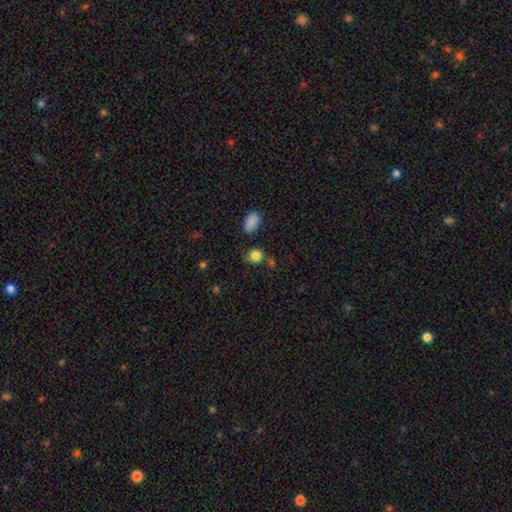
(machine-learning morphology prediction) A smooth galaxy with no disk features (84%) that is round (74%). Merging: none (68%).